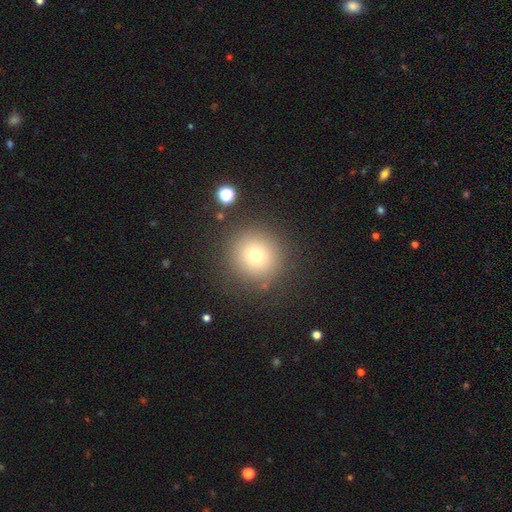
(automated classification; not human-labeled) A smooth galaxy with no disk features (71%) that is round (94%).

Vote fractions:
- Smooth or featured? smooth: 71% / star or artifact: 18% / featured or disk: 11%
- How rounded? round: 94% / in between: 5% / cigar-shaped: 1%
- Merging? none: 86% / minor disturbance: 8% / major disturbance: 4% / merger: 3%